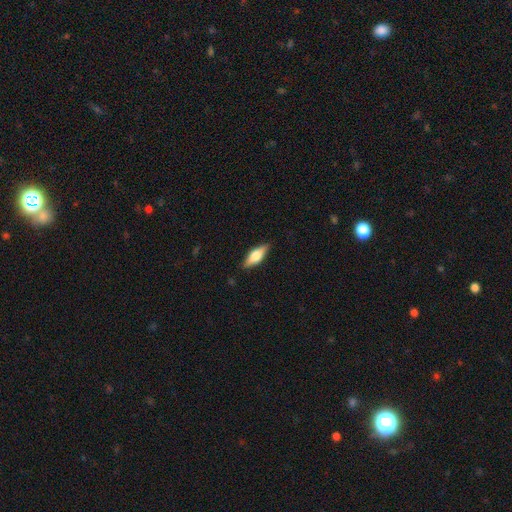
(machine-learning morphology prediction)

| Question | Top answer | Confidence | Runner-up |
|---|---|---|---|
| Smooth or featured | smooth | 57% | featured or disk (37%) |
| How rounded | in between | 65% | cigar-shaped (33%) |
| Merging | none | 86% | minor disturbance (11%) |